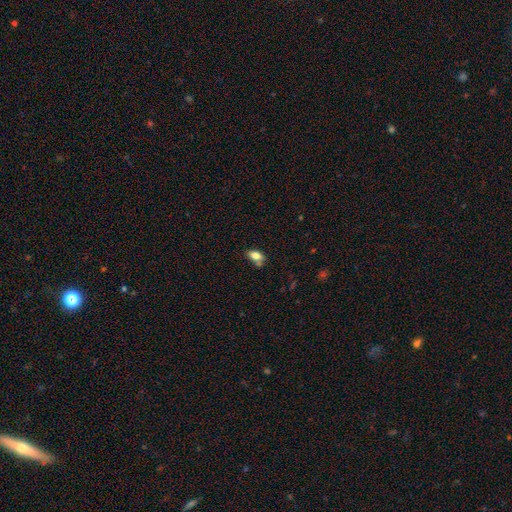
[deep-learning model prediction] smooth 77%, featured or disk 14%, star or artifact 9%. Down the decision tree: how rounded — in between (88%); merging — none (62%).